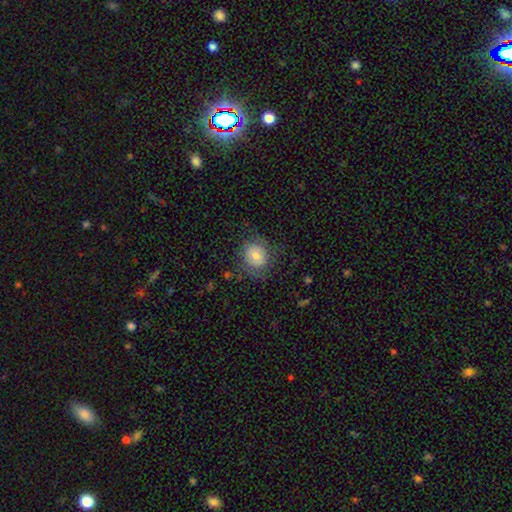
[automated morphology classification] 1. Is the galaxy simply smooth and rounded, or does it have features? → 68% smooth, 23% featured or disk, 9% star or artifact.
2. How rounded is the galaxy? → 67% round, 32% in between, 1% cigar-shaped.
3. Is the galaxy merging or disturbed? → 72% none, 17% minor disturbance, 10% major disturbance, 1% merger.